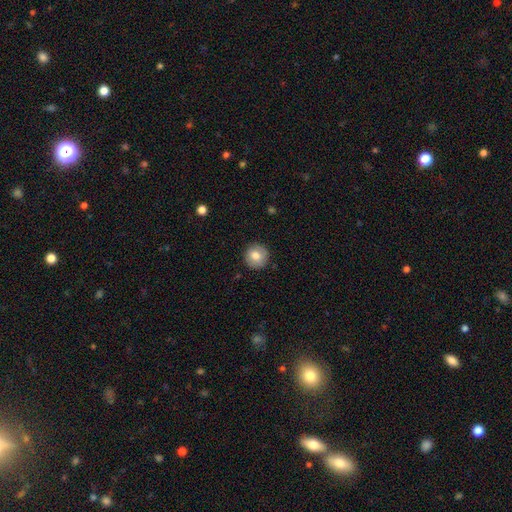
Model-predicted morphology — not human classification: This appears to be a smooth galaxy with no disk features (79%) that is round (94%). Merging: none (90%).